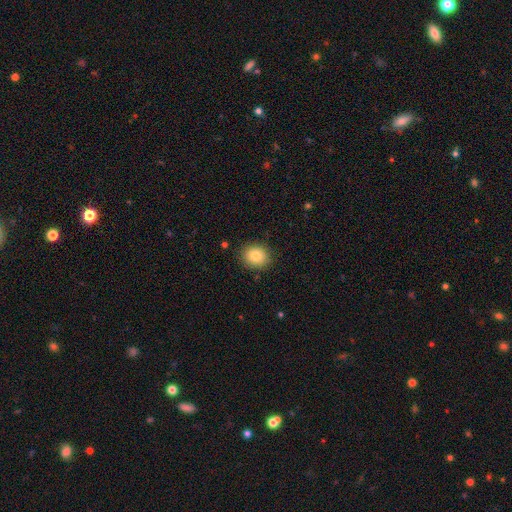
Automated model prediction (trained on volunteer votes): smooth-or-featured: smooth: 83% | star or artifact: 9% | featured or disk: 7%
  how-rounded: round: 71% | in between: 28% | cigar-shaped: 1%
  merging: none: 88% | minor disturbance: 8% | major disturbance: 2% | merger: 1%